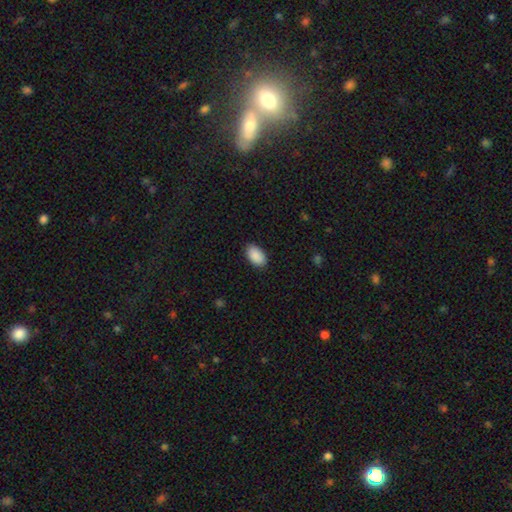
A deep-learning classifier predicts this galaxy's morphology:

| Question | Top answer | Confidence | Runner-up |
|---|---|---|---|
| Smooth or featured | smooth | 91% | star or artifact (6%) |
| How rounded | in between | 94% | round (5%) |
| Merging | none | 88% | minor disturbance (9%) |